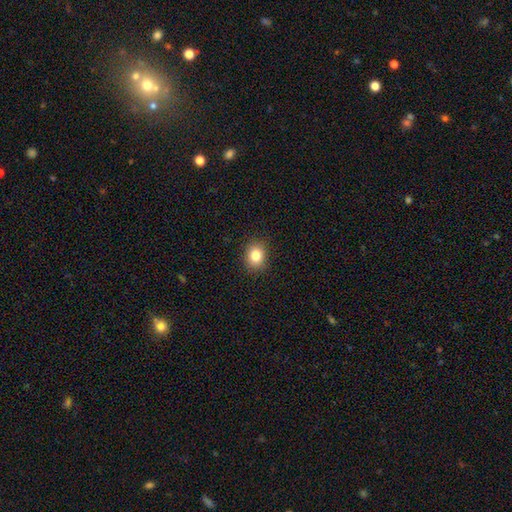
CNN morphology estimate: This is clearly a smooth galaxy (83%). How rounded: likely round (60%). Merging: clearly none (89%).